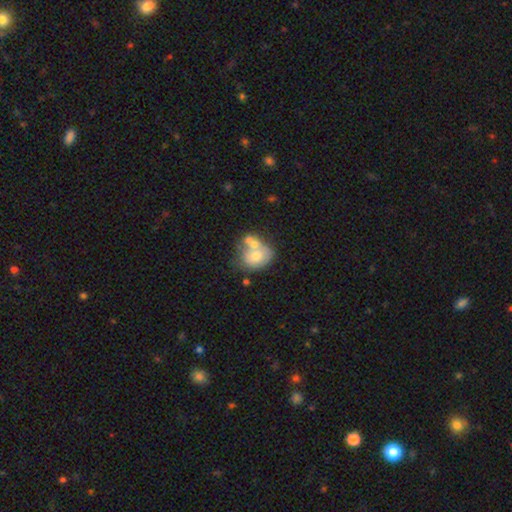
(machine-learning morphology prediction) Overall: smooth (62%; featured or disk 30%). How rounded: in between (55%; round 44%). Merging: merger (53%; none 27%).